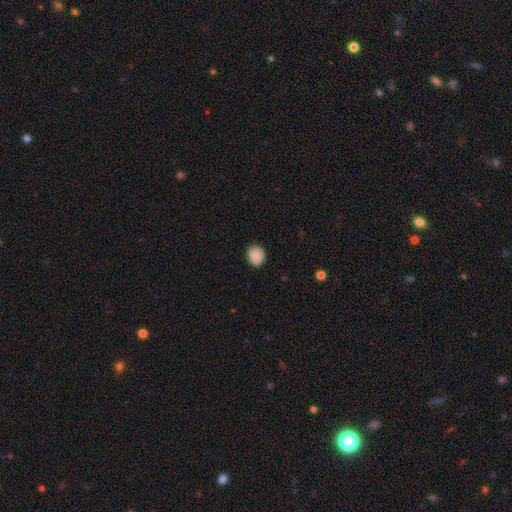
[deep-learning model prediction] Q: Smooth or featured?
A: smooth (89%); runner-up: star or artifact (8%)
Q: How rounded?
A: round (71%); runner-up: in between (29%)
Q: Merging?
A: none (87%); runner-up: minor disturbance (10%)